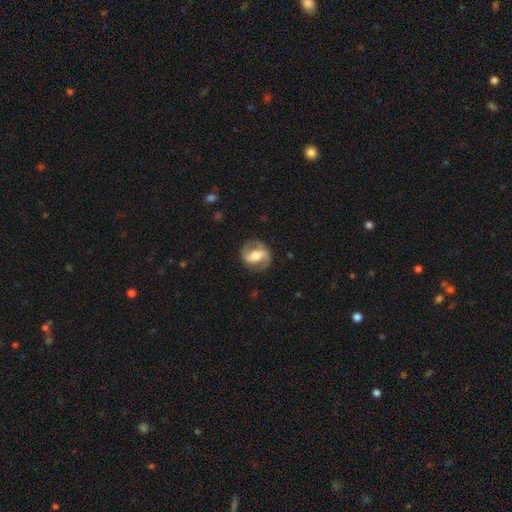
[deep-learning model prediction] Smooth or featured?
  - featured or disk: 80% *
  - smooth: 15%
  - star or artifact: 6%
Edge-on disk?
  - no: 96% *
  - yes: 4%
Bar?
  - strong: 45% *
  - weak: 35%
  - no: 19%
Spiral arms?
  - yes: 91% *
  - no: 9%
Spiral winding?
  - medium: 49% *
  - loose: 28%
  - tight: 22%
Spiral arm count?
  - 2: 90% *
  - can't tell: 4%
  - 1: 3%
  - 3: 1%
  - 4: 1%
  - more than 4: 1%
Bulge size?
  - moderate: 60% *
  - large: 18%
  - small: 18%
  - none: 3%
  - dominant: 2%
Merging?
  - none: 81% *
  - minor disturbance: 12%
  - major disturbance: 6%
  - merger: 1%